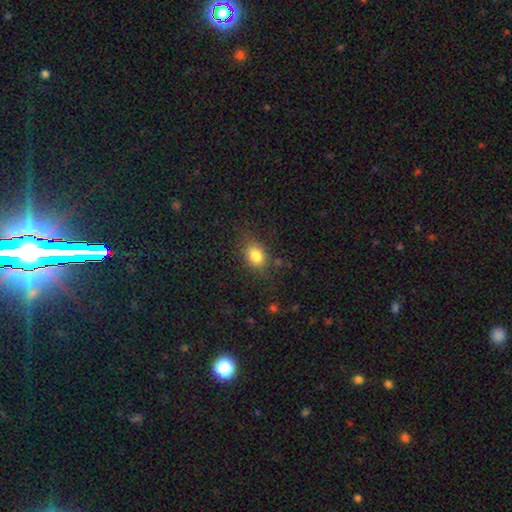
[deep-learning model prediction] Smooth or featured? Predicted: smooth (p=0.82). How rounded? Predicted: in between (p=0.66). Merging? Predicted: none (p=0.75).